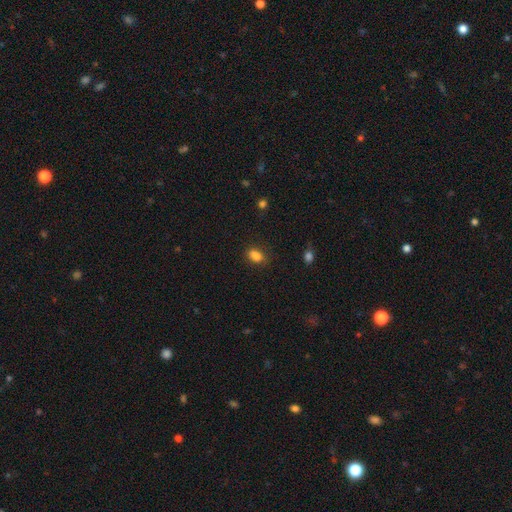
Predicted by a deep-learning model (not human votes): This is clearly a smooth galaxy (84%). How rounded: clearly in between (82%). Merging: likely none (74%).